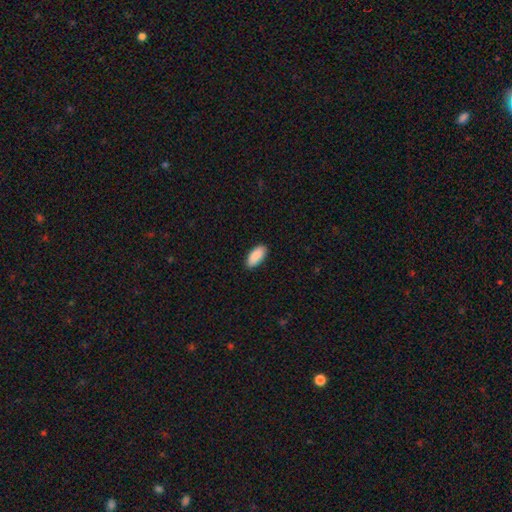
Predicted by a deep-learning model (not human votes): Smooth or featured? Predicted: smooth (p=0.90). How rounded? Predicted: in between (p=0.90). Merging? Predicted: none (p=0.90).